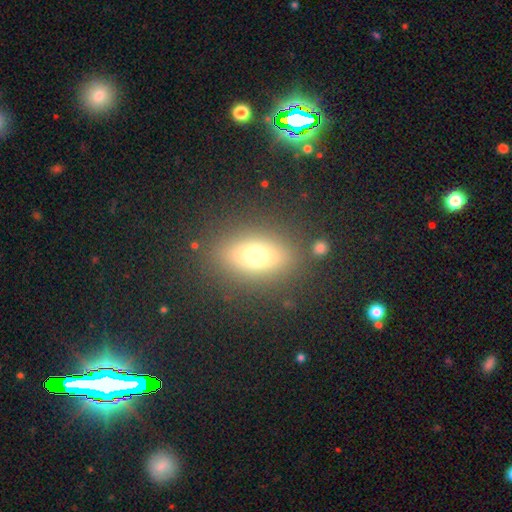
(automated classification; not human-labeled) Overall: smooth (62%). How rounded: in between (73%). Merging: none (86%).